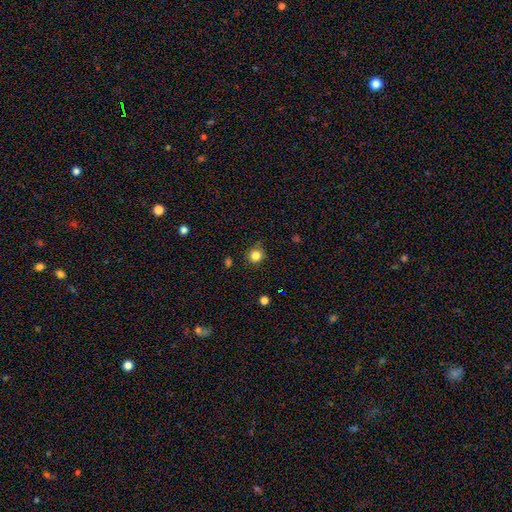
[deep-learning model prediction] This appears to be a smooth galaxy with no disk features (83%) that is round (88%). Merging: none (79%).